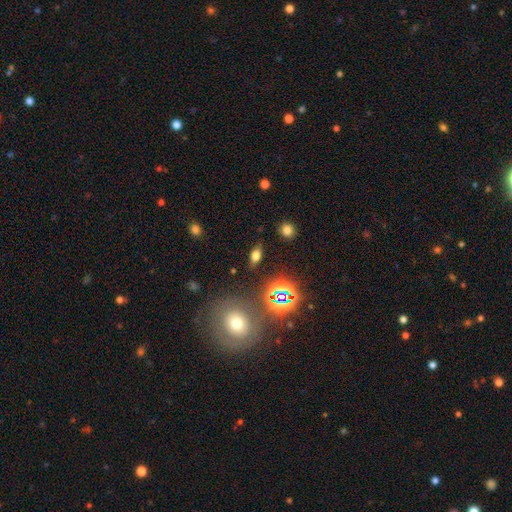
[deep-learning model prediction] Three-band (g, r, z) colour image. It shows a smooth galaxy with no disk features (55%) that is in between round and cigar-shaped (72%). Merging: none (83%).